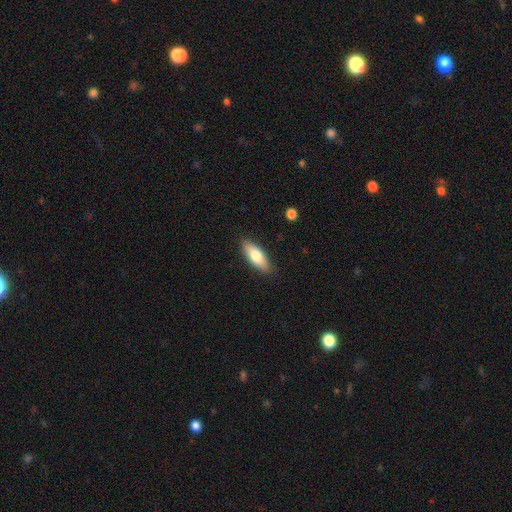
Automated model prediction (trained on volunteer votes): A smooth galaxy with no disk features (76%) that is in between round and cigar-shaped (67%). Merging: none (87%).